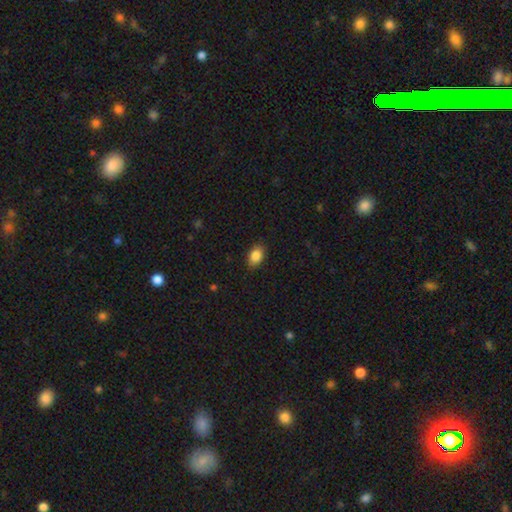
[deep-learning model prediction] The model was most divided on "merging": none: 85%, minor disturbance: 11%, major disturbance: 2%, merger: 1%. More confident: smooth or featured — smooth (87%); how rounded — in between (87%).